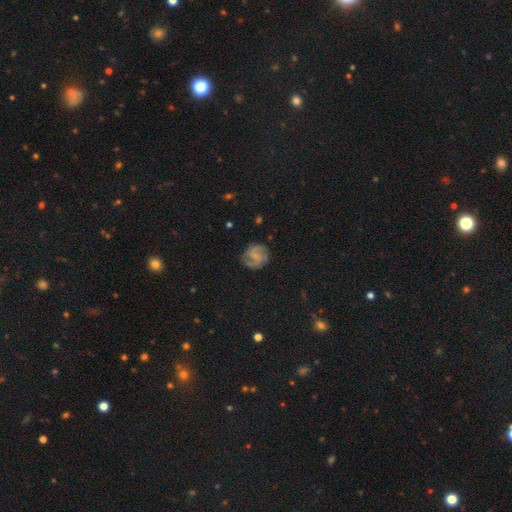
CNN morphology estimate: This appears to be a featured or disk galaxy (76%) with no bar (47%), 2 (72%) medium (51%) spiral arms (95%) and a small central bulge (43%). Merging: none (78%).